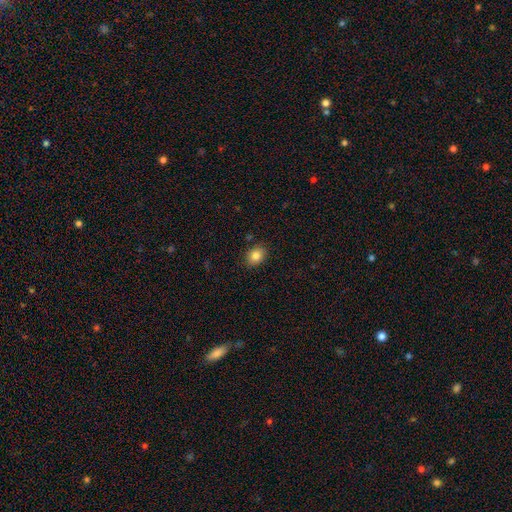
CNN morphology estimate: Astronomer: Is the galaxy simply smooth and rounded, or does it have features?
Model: smooth — 83%.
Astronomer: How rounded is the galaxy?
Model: in between — 59% (runner-up: round, 40%).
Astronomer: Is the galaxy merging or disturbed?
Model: none — 87%.